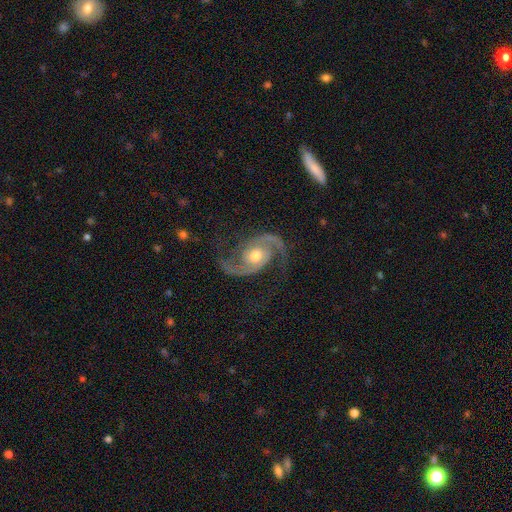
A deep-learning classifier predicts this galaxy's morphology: smooth_or_featured: featured or disk (p=0.92) [alt: star or artifact p=0.04]
disk_edge_on: no (p=0.98) [alt: yes p=0.02]
bar: no (p=0.68) [alt: weak p=0.25]
has_spiral_arms: yes (p=0.98) [alt: no p=0.02]
spiral_winding: medium (p=0.52) [alt: loose p=0.36]
spiral_arm_count: 2 (p=0.94) [alt: 3 p=0.01]
bulge_size: moderate (p=0.73) [alt: small p=0.15]
merging: none (p=0.77) [alt: minor disturbance p=0.14]